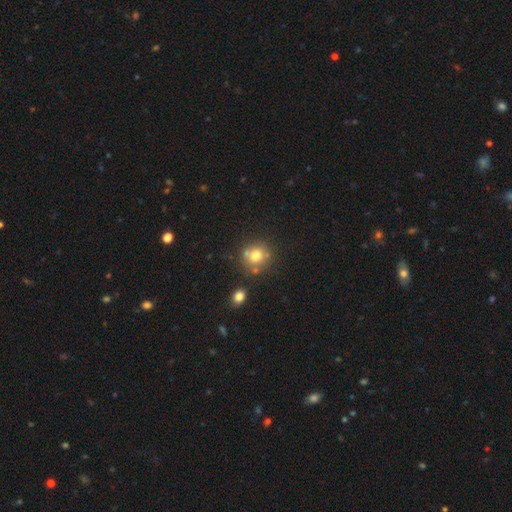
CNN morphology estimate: The model was most divided on "merging": none: 66%, merger: 18%, minor disturbance: 12%, major disturbance: 4%. More confident: how rounded — round (84%); smooth or featured — smooth (73%).